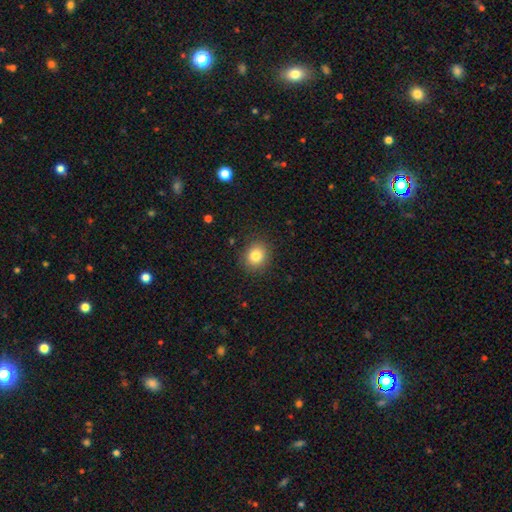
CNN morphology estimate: This is clearly a smooth galaxy (82%). How rounded: likely round (78%). Merging: clearly none (89%).